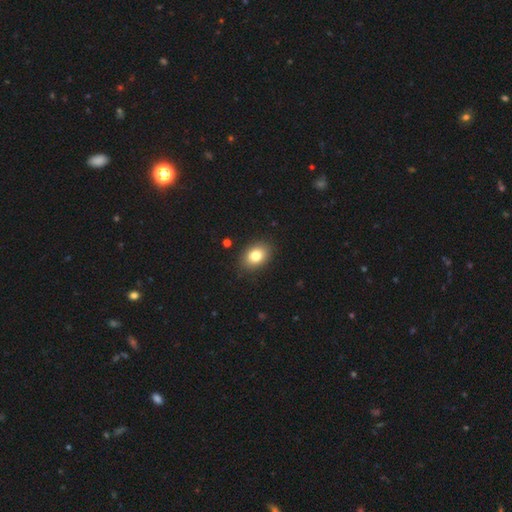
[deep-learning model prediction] Smooth or featured? Predicted: smooth (p=0.81). How rounded? Predicted: in between (p=0.76). Merging? Predicted: none (p=0.87).